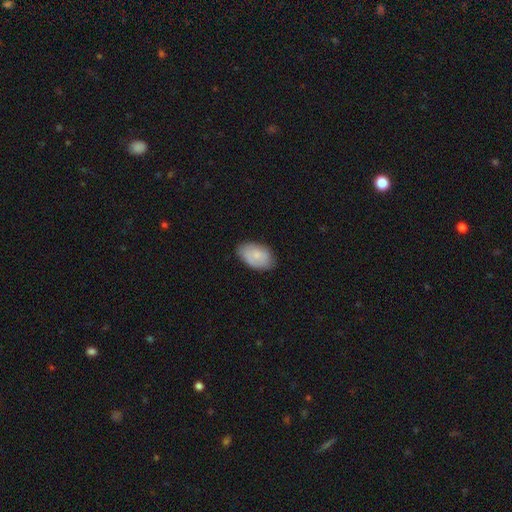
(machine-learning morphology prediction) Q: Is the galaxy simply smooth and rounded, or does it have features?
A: smooth — 74%.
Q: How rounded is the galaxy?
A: in between — 92%.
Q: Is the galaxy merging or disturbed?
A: none — 75%.